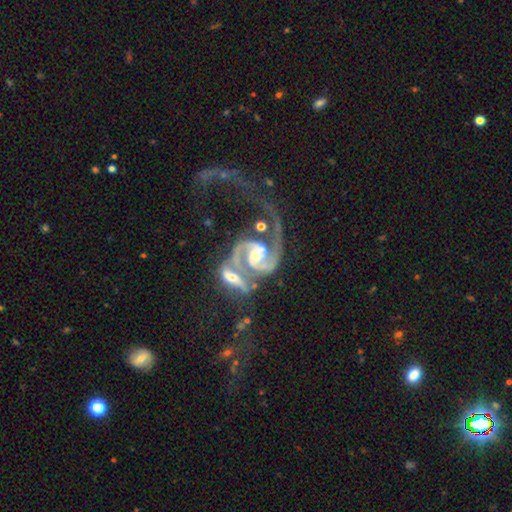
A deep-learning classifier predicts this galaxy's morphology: A featured or disk galaxy (91%) with no bar (48%), 2 (82%) medium (48%) spiral arms (98%) and a moderate central bulge (48%). Merging: merger (58%).